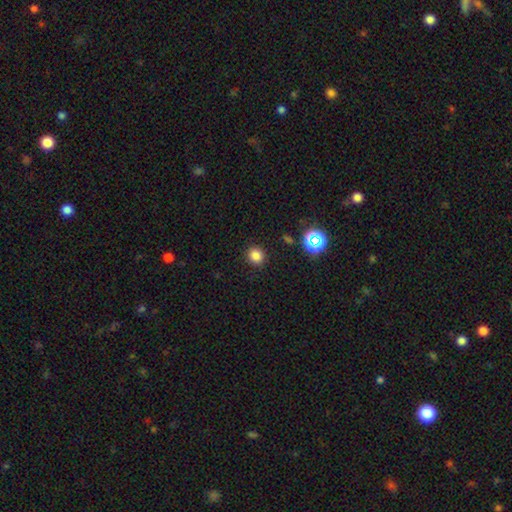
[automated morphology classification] smooth 81%, star or artifact 15%, featured or disk 4%. Down the decision tree: how rounded — round (84%); merging — none (90%).